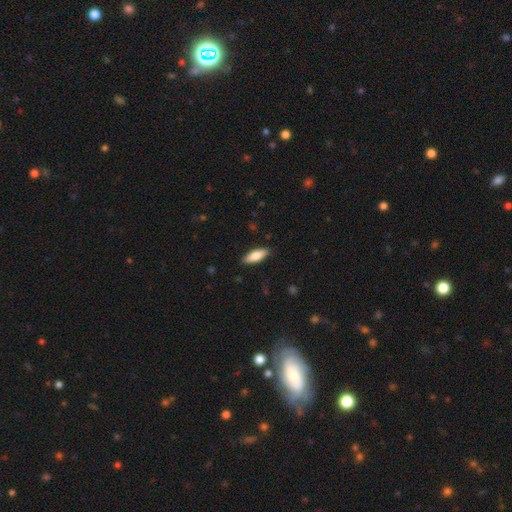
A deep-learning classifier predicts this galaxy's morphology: Q: Smooth or featured?
A: smooth (81%); runner-up: featured or disk (14%)
Q: How rounded?
A: in between (65%); runner-up: cigar-shaped (33%)
Q: Merging?
A: none (88%); runner-up: minor disturbance (9%)